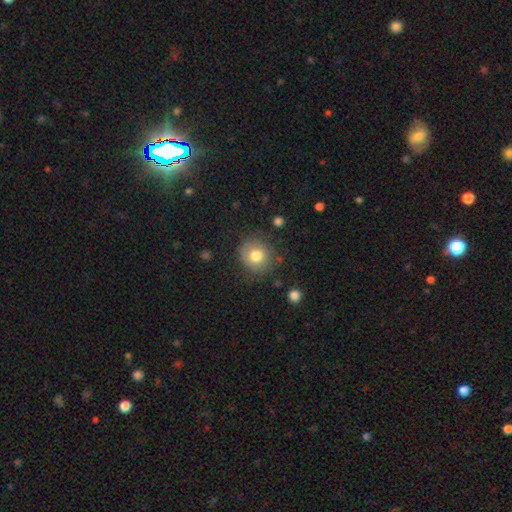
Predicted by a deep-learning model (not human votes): Smooth or featured?
  - smooth: 78% *
  - featured or disk: 12%
  - star or artifact: 10%
How rounded?
  - round: 85% *
  - in between: 14%
  - cigar-shaped: 1%
Merging?
  - none: 80% *
  - minor disturbance: 13%
  - major disturbance: 5%
  - merger: 2%